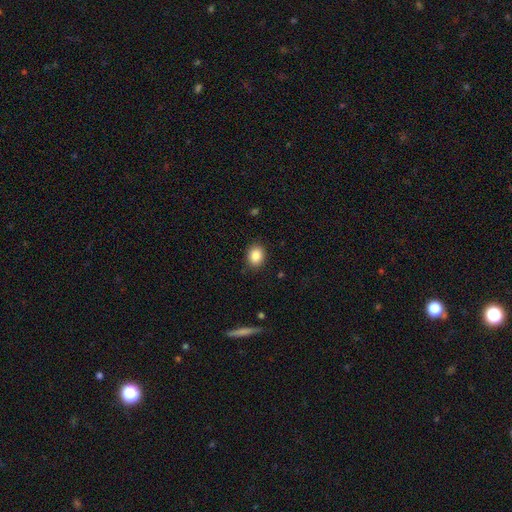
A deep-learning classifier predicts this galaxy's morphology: A smooth galaxy with no disk features (86%) that is round (54%). Merging: none (88%).